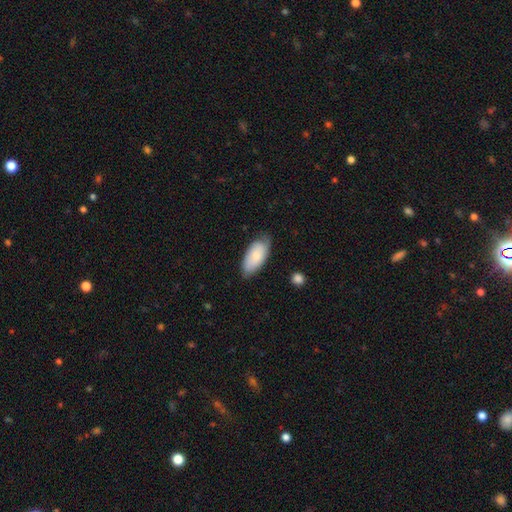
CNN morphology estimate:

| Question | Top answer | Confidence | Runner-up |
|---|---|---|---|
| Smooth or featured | smooth | 78% | featured or disk (16%) |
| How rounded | in between | 92% | cigar-shaped (6%) |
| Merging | none | 70% | minor disturbance (24%) |